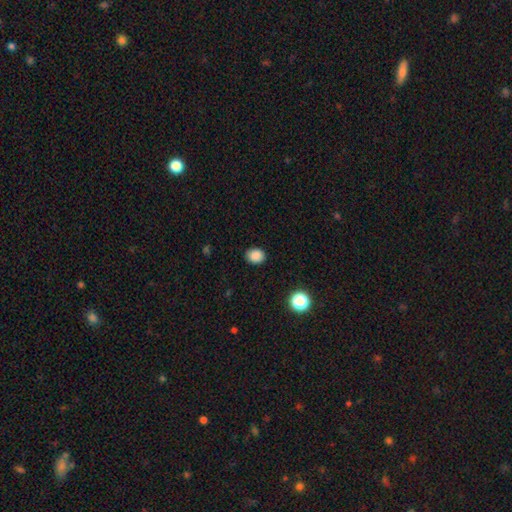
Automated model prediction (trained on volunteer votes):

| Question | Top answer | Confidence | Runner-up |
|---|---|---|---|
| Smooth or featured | smooth | 86% | star or artifact (11%) |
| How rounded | round | 55% | in between (44%) |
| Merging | none | 86% | minor disturbance (10%) |